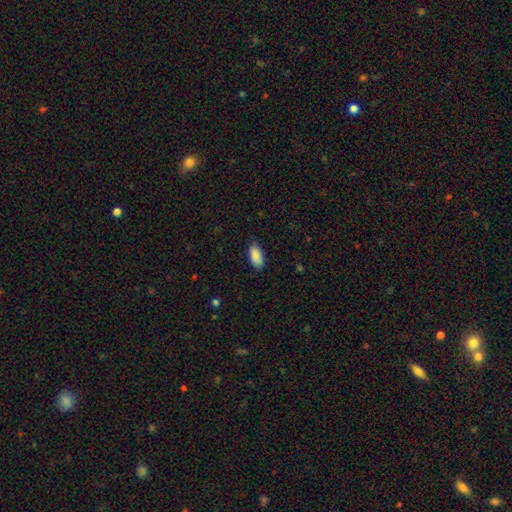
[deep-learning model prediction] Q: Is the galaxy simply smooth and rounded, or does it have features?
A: smooth — 90%.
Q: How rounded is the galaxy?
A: in between — 93%.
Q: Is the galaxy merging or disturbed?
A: none — 85%.